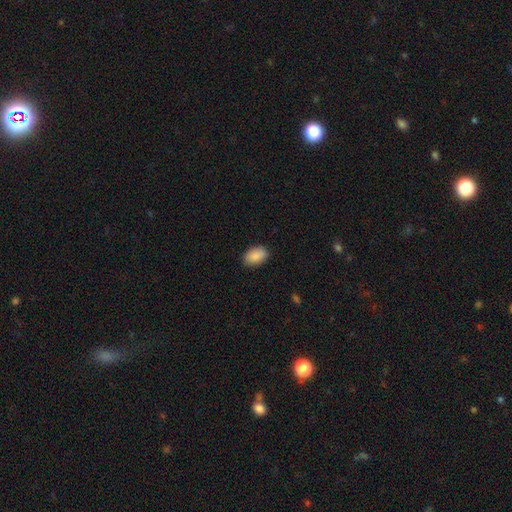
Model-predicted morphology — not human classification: type=smooth (89%); roundness=in between (89%); merging=none (85%).